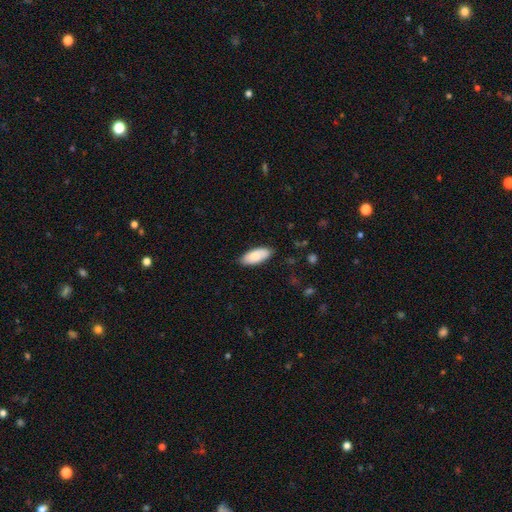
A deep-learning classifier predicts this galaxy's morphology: Smooth or featured: smooth — 84% (featured or disk — 10%)
How rounded: in between — 88% (cigar-shaped — 11%)
Merging: none — 84% (minor disturbance — 13%)